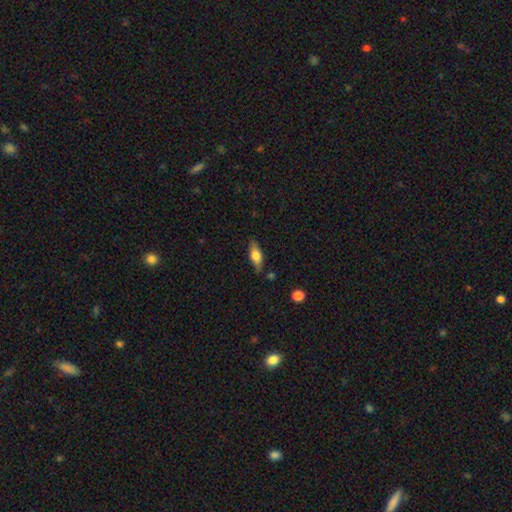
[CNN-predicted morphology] Q: Smooth or featured?
A: smooth (64%); runner-up: featured or disk (29%)
Q: How rounded?
A: in between (71%); runner-up: cigar-shaped (25%)
Q: Merging?
A: none (78%); runner-up: minor disturbance (16%)